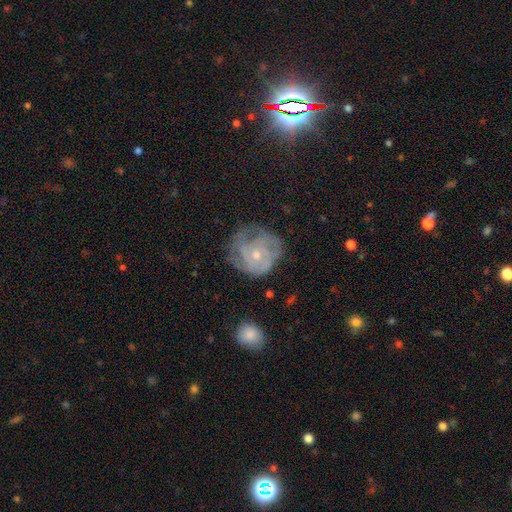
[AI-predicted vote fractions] Smooth or featured? Predicted: featured or disk (p=0.67). Edge-on disk? Predicted: no (p=0.98). Bar? Predicted: no (p=0.82). Spiral arms? Predicted: yes (p=0.75). Bulge size? Predicted: small (p=0.62). Merging? Predicted: none (p=0.53).